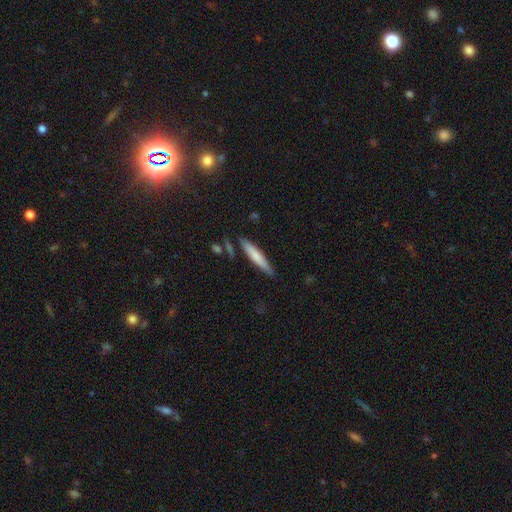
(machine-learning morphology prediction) Overall: smooth (71%). How rounded: cigar-shaped (89%). Merging: none (83%).